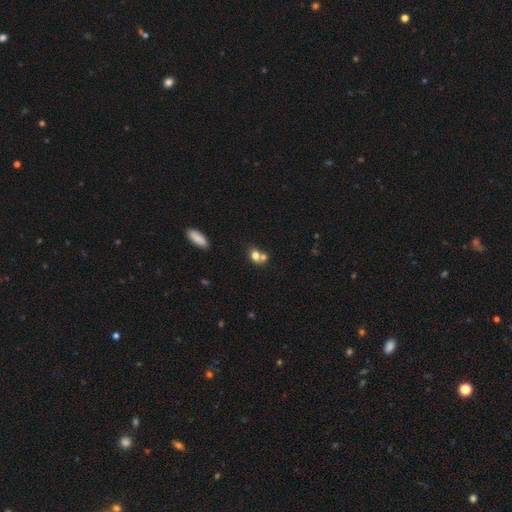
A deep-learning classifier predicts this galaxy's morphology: Smooth or featured?
  - smooth: 72% *
  - featured or disk: 15%
  - star or artifact: 12%
How rounded?
  - in between: 51% *
  - round: 47%
  - cigar-shaped: 2%
Merging?
  - merger: 49% *
  - none: 38%
  - minor disturbance: 9%
  - major disturbance: 4%